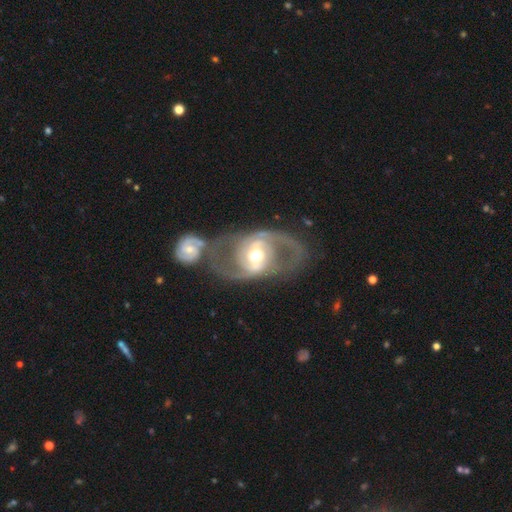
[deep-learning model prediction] smooth_or_featured: featured or disk (p=0.86) [alt: smooth p=0.09]
disk_edge_on: no (p=0.96) [alt: yes p=0.04]
bar: weak (p=0.37) [alt: strong p=0.36]
has_spiral_arms: yes (p=0.86) [alt: no p=0.14]
spiral_winding: medium (p=0.49) [alt: tight p=0.29]
spiral_arm_count: 2 (p=0.83) [alt: can't tell p=0.08]
bulge_size: moderate (p=0.72) [alt: small p=0.15]
merging: none (p=0.41) [alt: merger p=0.31]